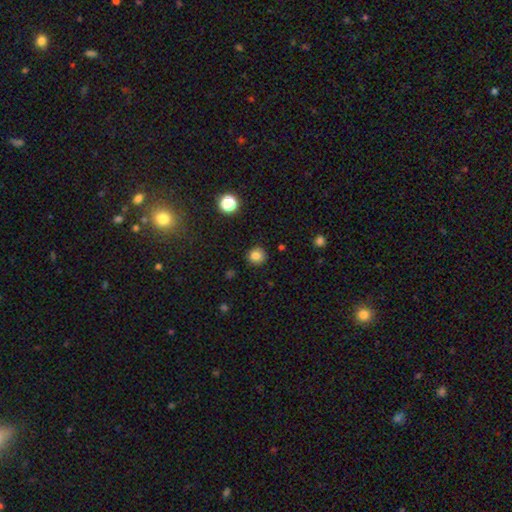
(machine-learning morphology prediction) Smooth or featured?
  - smooth: 81% *
  - star or artifact: 12%
  - featured or disk: 7%
How rounded?
  - round: 91% *
  - in between: 8%
  - cigar-shaped: 1%
Merging?
  - none: 89% *
  - minor disturbance: 7%
  - major disturbance: 2%
  - merger: 1%